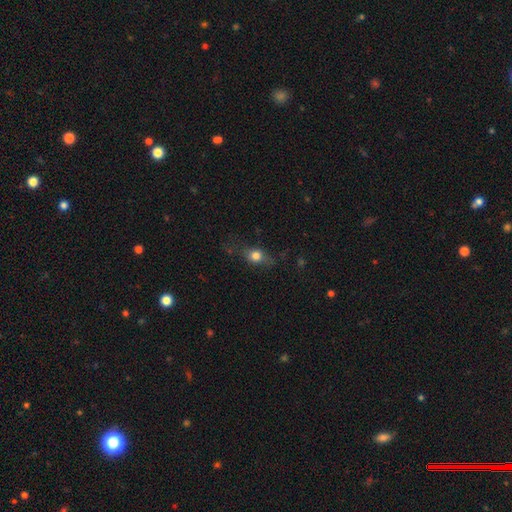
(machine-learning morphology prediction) Smooth or featured? Predicted: smooth (p=0.70). How rounded? Predicted: in between (p=0.51). Merging? Predicted: none (p=0.64).